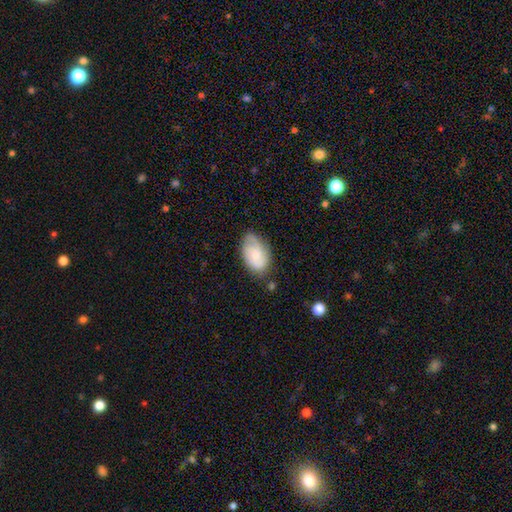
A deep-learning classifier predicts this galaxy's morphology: Overall: smooth (52%; featured or disk 40%). How rounded: in between (90%). Merging: none (64%; minor disturbance 25%).